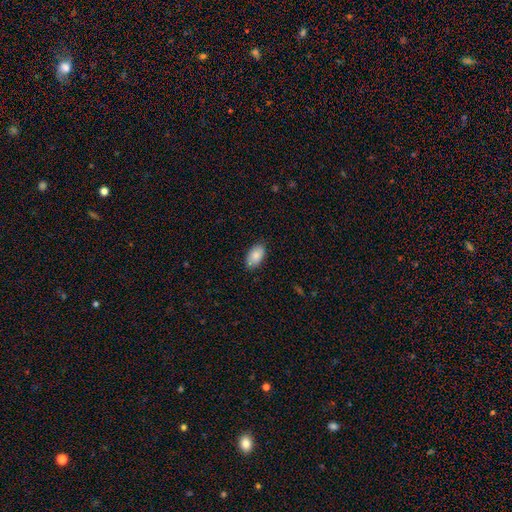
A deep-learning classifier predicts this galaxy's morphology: Smooth or featured: smooth — 86% (featured or disk — 7%)
How rounded: in between — 94% (round — 4%)
Merging: none — 84% (minor disturbance — 13%)